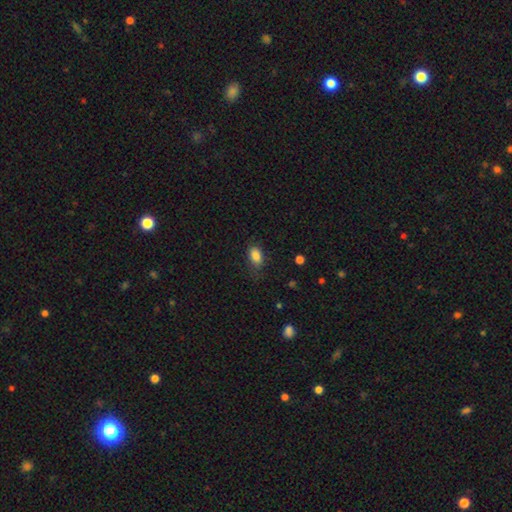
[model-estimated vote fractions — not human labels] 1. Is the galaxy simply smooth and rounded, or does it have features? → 85% smooth, 9% star or artifact, 6% featured or disk.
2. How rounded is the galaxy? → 87% in between, 11% round, 2% cigar-shaped.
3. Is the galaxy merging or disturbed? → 72% none, 21% minor disturbance, 6% major disturbance, 1% merger.